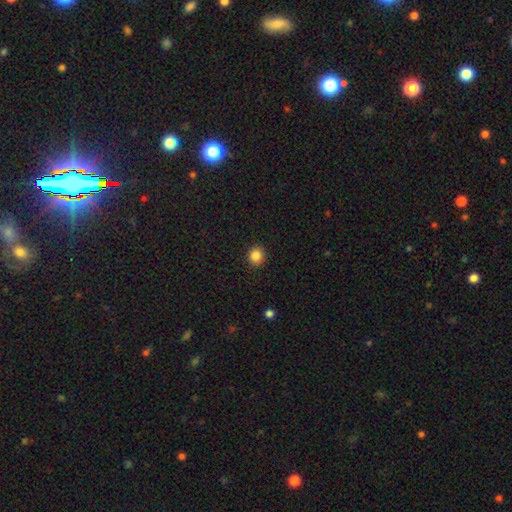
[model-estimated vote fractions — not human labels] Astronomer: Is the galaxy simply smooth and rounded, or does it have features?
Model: smooth — 86%.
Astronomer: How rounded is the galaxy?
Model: round — 84%.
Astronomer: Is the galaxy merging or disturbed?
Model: none — 91%.